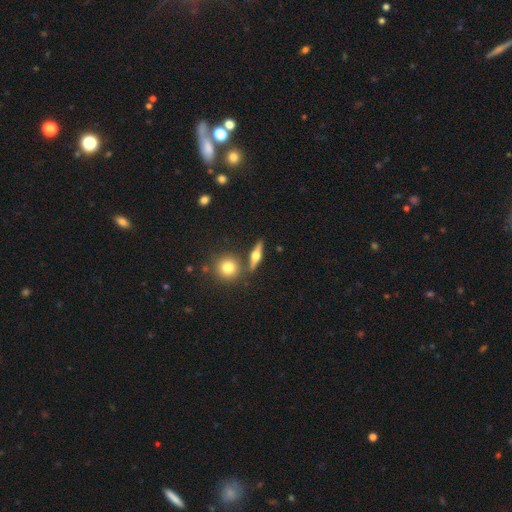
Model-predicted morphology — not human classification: Q: Smooth or featured?
A: featured or disk (65%); runner-up: smooth (27%)
Q: Edge-on disk?
A: yes (95%); runner-up: no (5%)
Q: Edge-on bulge?
A: rounded (95%); runner-up: boxy (3%)
Q: Merging?
A: none (82%); runner-up: minor disturbance (8%)